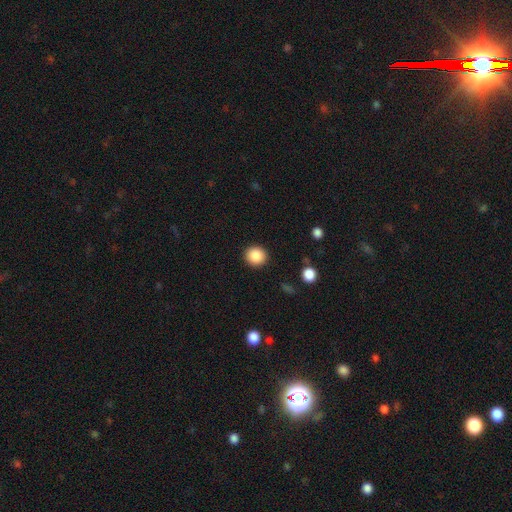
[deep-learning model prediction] Smooth or featured: smooth — 88% (star or artifact — 9%)
How rounded: round — 91% (in between — 8%)
Merging: none — 92% (minor disturbance — 5%)